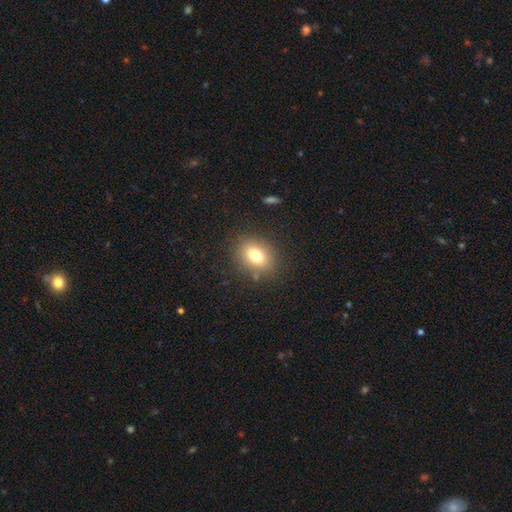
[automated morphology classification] type=smooth (77%); roundness=in between (60%); merging=none (84%).